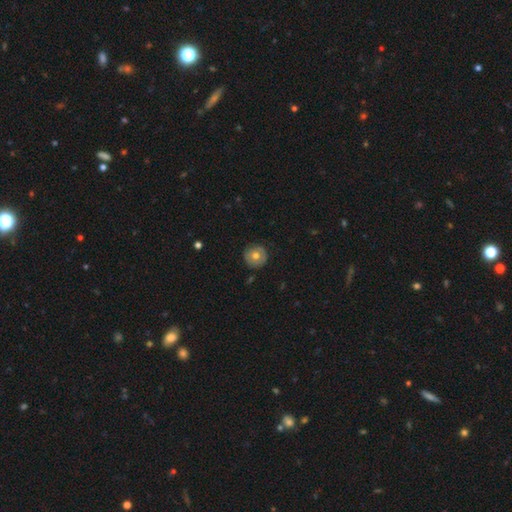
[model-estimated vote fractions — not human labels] Overall: smooth (62%; featured or disk 30%). How rounded: round (95%). Merging: none (86%).